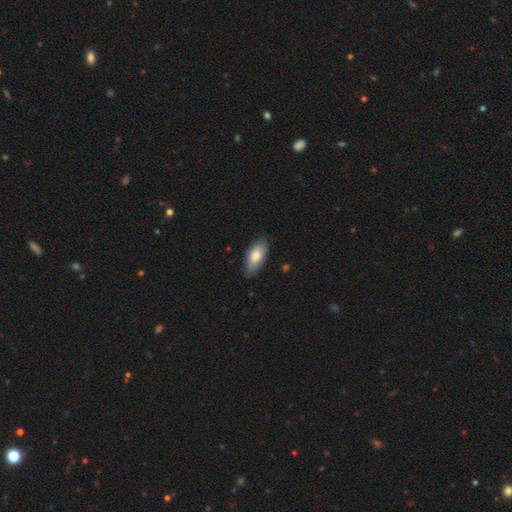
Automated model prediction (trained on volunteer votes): A smooth galaxy with no disk features (78%) that is in between round and cigar-shaped (86%). Merging: none (80%).